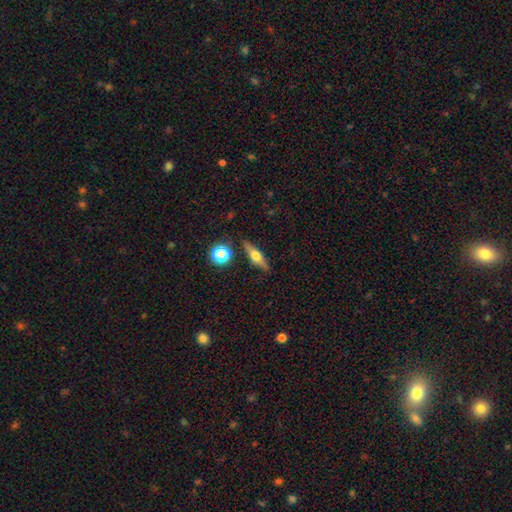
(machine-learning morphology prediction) A featured or disk galaxy (56%) viewed edge-on (94%) with a rounded central bulge (94%). Merging: none (86%).